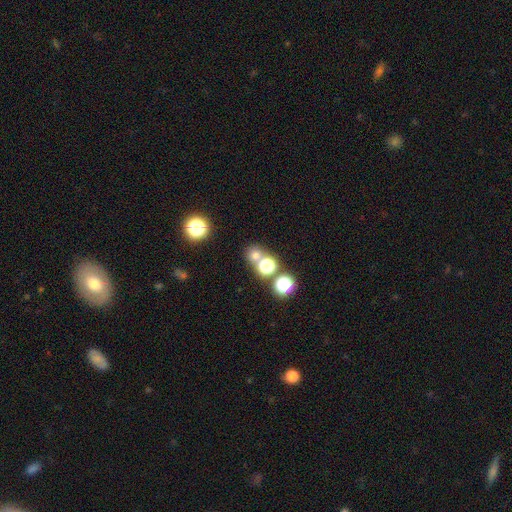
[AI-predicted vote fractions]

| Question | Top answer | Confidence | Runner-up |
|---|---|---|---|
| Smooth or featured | smooth | 66% | star or artifact (26%) |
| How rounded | round | 86% | in between (13%) |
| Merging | none | 57% | merger (33%) |